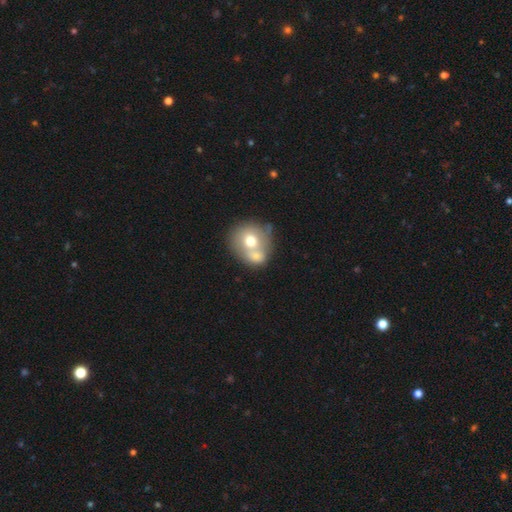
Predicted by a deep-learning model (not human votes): This is likely a smooth galaxy (65%). How rounded: likely round (78%). Merging: likely merger (65%).